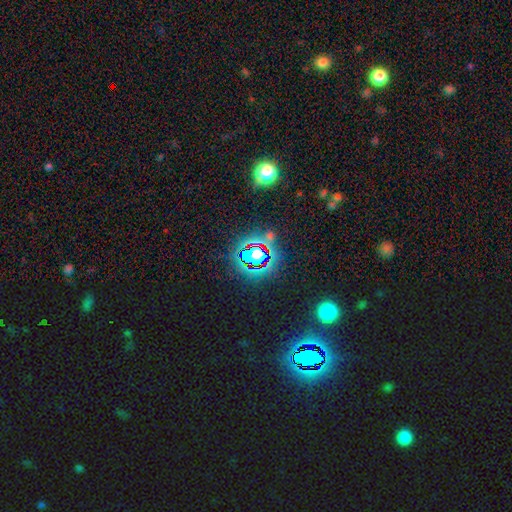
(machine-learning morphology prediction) A star or artifact, not a galaxy (79%).

Vote fractions:
- Smooth or featured? star or artifact: 79% / smooth: 13% / featured or disk: 8%